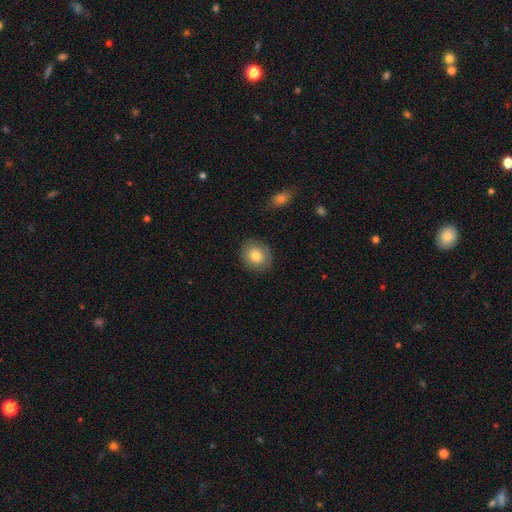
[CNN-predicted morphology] A smooth galaxy with no disk features (78%) that is round (73%).

Vote fractions:
- Smooth or featured? smooth: 78% / featured or disk: 14% / star or artifact: 8%
- How rounded? round: 73% / in between: 26% / cigar-shaped: 1%
- Merging? none: 86% / minor disturbance: 10% / major disturbance: 3% / merger: 1%